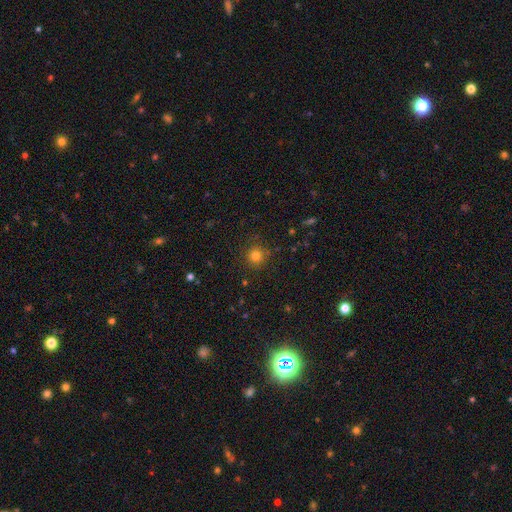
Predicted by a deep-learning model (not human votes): Q: Smooth or featured?
A: smooth (79%); runner-up: star or artifact (15%)
Q: How rounded?
A: round (93%); runner-up: in between (6%)
Q: Merging?
A: none (88%); runner-up: minor disturbance (8%)